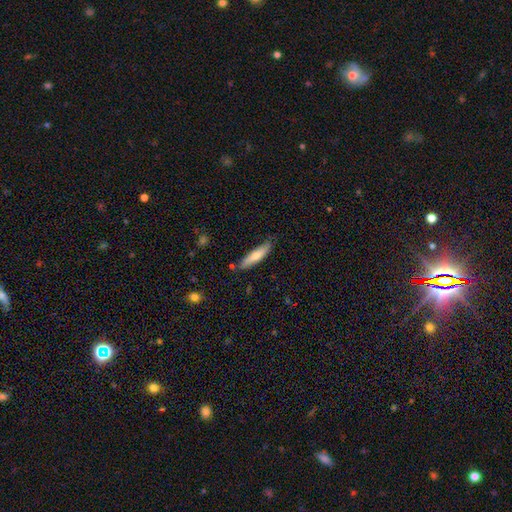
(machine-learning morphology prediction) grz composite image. It shows a smooth galaxy with no disk features (71%) that is cigar-shaped (79%). Merging: none (77%).